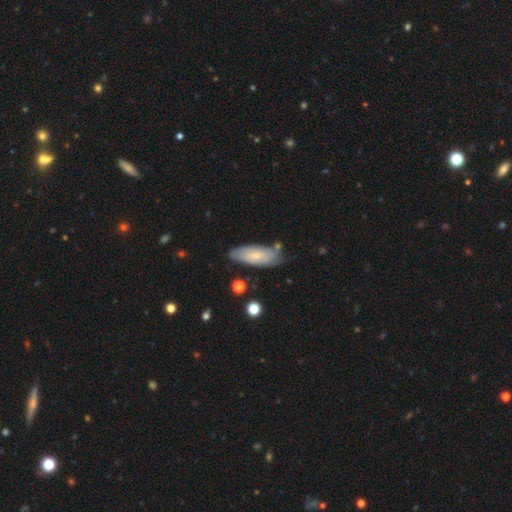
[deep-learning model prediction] This is possibly a smooth galaxy (59%). How rounded: likely in between (73%). Merging: likely none (68%).